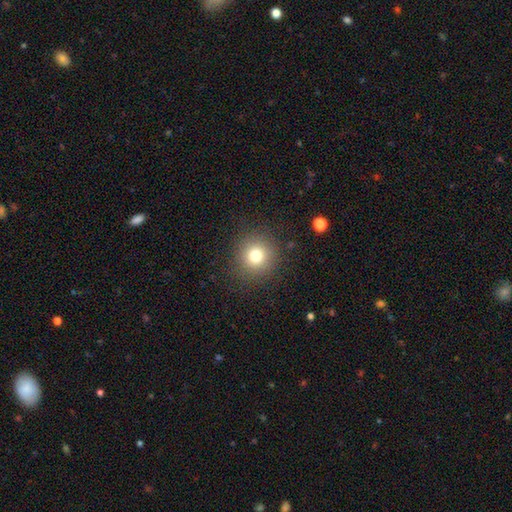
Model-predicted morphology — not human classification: type=smooth (78%); roundness=round (93%); merging=none (88%).